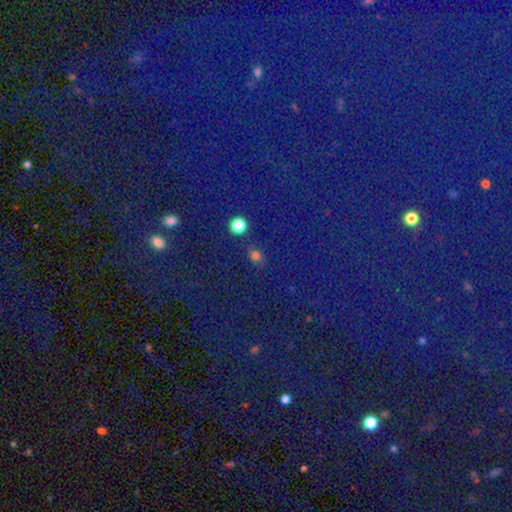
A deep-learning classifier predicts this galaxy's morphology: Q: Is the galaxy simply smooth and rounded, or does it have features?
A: smooth — 71%.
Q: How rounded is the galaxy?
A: in between — 51%.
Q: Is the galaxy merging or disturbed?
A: none — 82%.